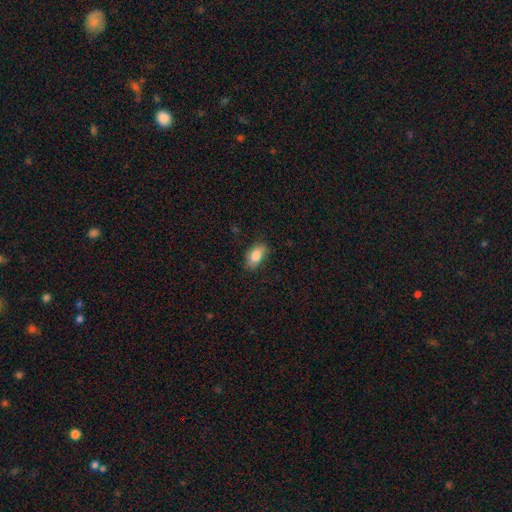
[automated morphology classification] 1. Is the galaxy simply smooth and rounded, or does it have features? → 83% smooth, 9% featured or disk, 7% star or artifact.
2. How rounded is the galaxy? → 89% in between, 6% round, 5% cigar-shaped.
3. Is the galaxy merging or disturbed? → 76% none, 19% minor disturbance, 4% major disturbance, 1% merger.